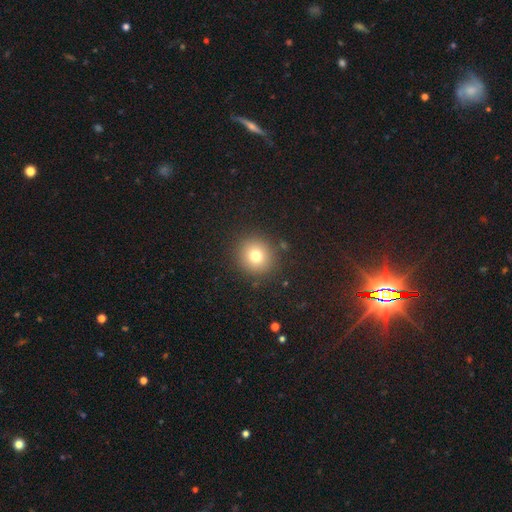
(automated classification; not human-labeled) smooth_or_featured: smooth (p=0.76) [alt: star or artifact p=0.14]
how_rounded: round (p=0.91) [alt: in between p=0.08]
merging: none (p=0.89) [alt: minor disturbance p=0.07]